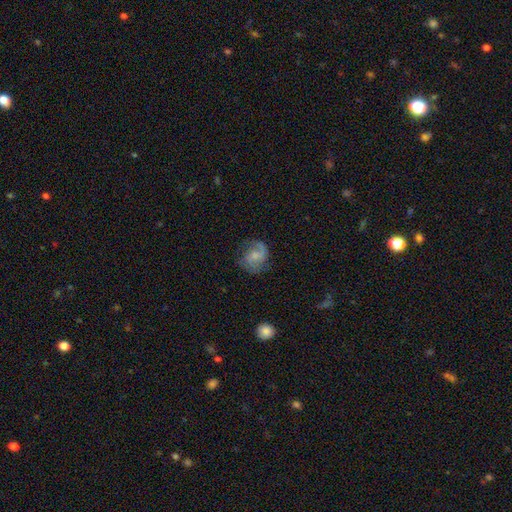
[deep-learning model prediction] smooth_or_featured: featured or disk (p=0.59) [alt: smooth p=0.33]
disk_edge_on: no (p=0.98) [alt: yes p=0.02]
bar: no (p=0.53) [alt: weak p=0.40]
has_spiral_arms: yes (p=0.89) [alt: no p=0.11]
spiral_winding: medium (p=0.47) [alt: loose p=0.32]
spiral_arm_count: 2 (p=0.68) [alt: 1 p=0.14]
bulge_size: small (p=0.42) [alt: moderate p=0.33]
merging: none (p=0.64) [alt: minor disturbance p=0.22]